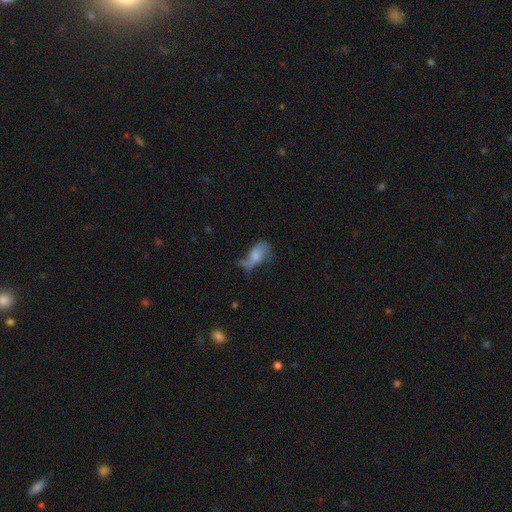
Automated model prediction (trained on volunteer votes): A featured or disk galaxy (55%) with no bar (65%), spiral arms (79%) and a small central bulge (32%, tied with moderate).

Vote fractions:
- Smooth or featured? featured or disk: 55% / smooth: 36% / star or artifact: 9%
- Edge-on disk? no: 94% / yes: 6%
- Bar? no: 65% / weak: 28% / strong: 7%
- Spiral arms? yes: 79% / no: 21%
- Bulge size? small: 32% (tied) / moderate: 32% (tied) / none: 23% / large: 11% / dominant: 2%
- Merging? none: 37% / major disturbance: 31% / minor disturbance: 27% / merger: 5%